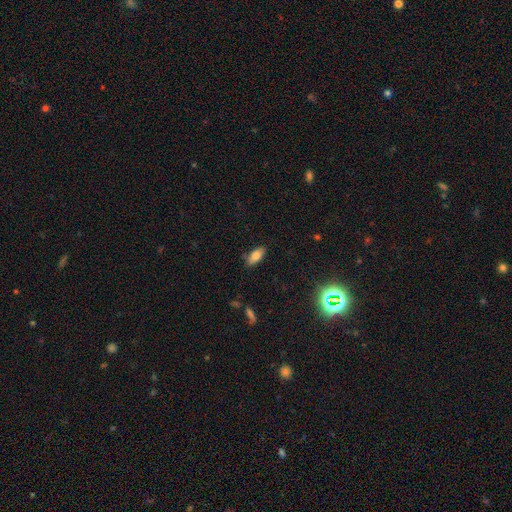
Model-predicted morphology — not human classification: Smooth or featured? Predicted: smooth (p=0.77). How rounded? Predicted: in between (p=0.86). Merging? Predicted: none (p=0.82).